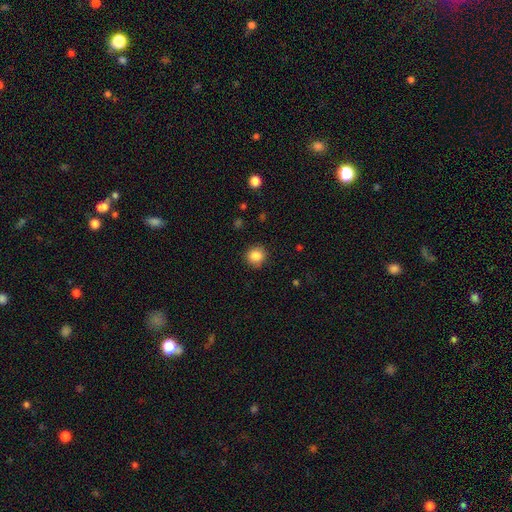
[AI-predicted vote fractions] Smooth or featured? Predicted: smooth (p=0.86). How rounded? Predicted: round (p=0.88). Merging? Predicted: none (p=0.87).